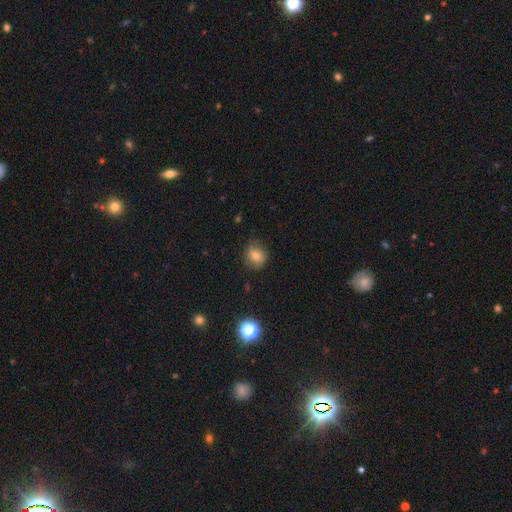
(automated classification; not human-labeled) Smooth or featured?
  - smooth: 74% *
  - featured or disk: 13%
  - star or artifact: 13%
How rounded?
  - round: 75% *
  - in between: 24%
  - cigar-shaped: 1%
Merging?
  - none: 80% *
  - minor disturbance: 15%
  - major disturbance: 4%
  - merger: 1%